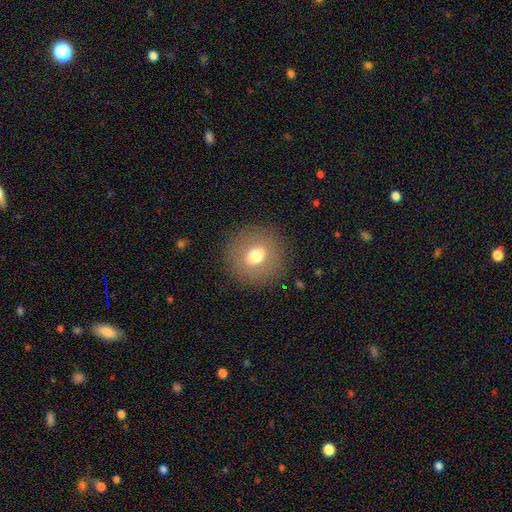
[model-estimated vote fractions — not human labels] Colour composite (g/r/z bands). It shows a smooth galaxy with no disk features (66%) that is round (88%). Merging: none (88%).